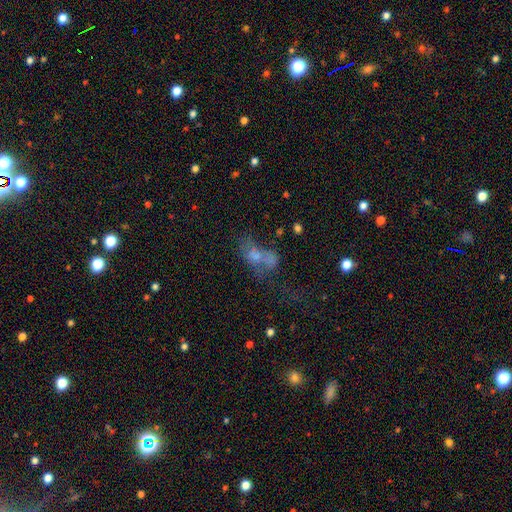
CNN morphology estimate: type=smooth (46%); merging=merger (49%).